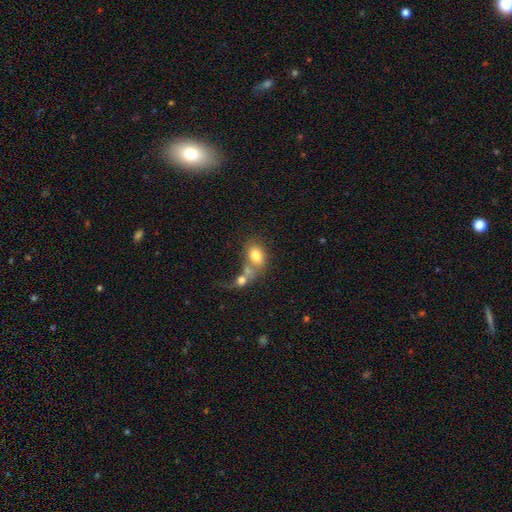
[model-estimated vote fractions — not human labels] smooth_or_featured: smooth (p=0.76) [alt: featured or disk p=0.15]
how_rounded: in between (p=0.72) [alt: round p=0.27]
merging: merger (p=0.56) [alt: none p=0.25]